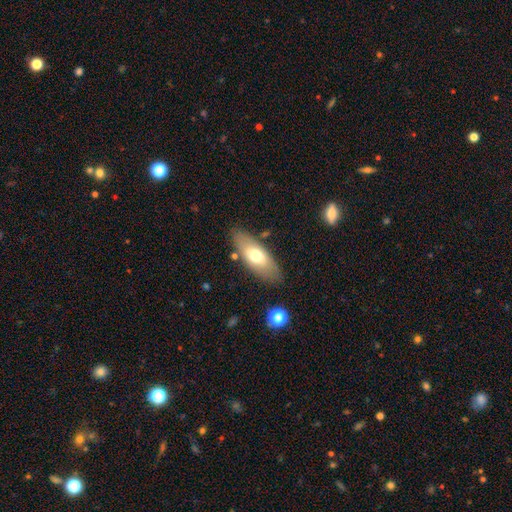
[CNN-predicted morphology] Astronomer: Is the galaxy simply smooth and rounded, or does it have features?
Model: smooth — 63%.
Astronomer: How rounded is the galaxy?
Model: in between — 79%.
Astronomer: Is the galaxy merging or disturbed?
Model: none — 81%.